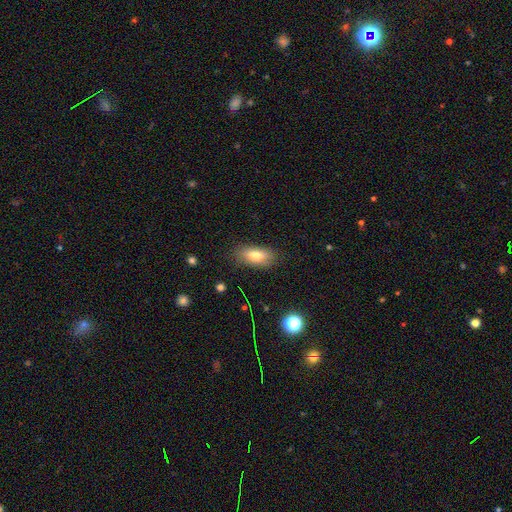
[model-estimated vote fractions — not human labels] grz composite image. It shows a smooth galaxy with no disk features (75%) that is in between round and cigar-shaped (81%). Merging: none (83%).